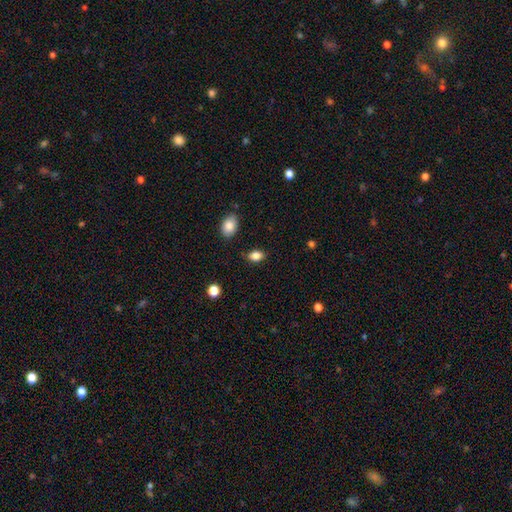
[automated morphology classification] This appears to be a smooth galaxy with no disk features (85%) that is in between round and cigar-shaped (82%). Merging: none (82%).